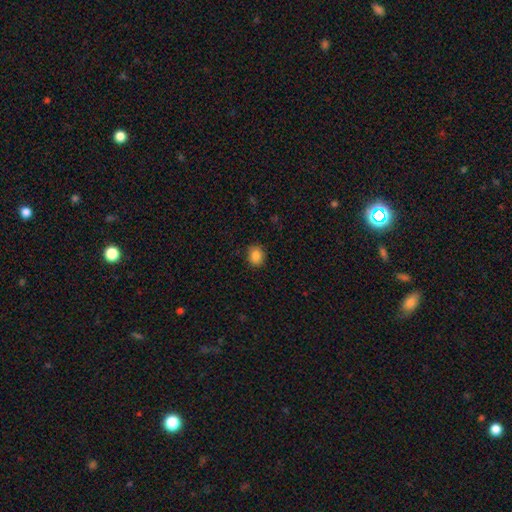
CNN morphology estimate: This is clearly a smooth galaxy (86%). How rounded: likely round (64%). Merging: clearly none (88%).